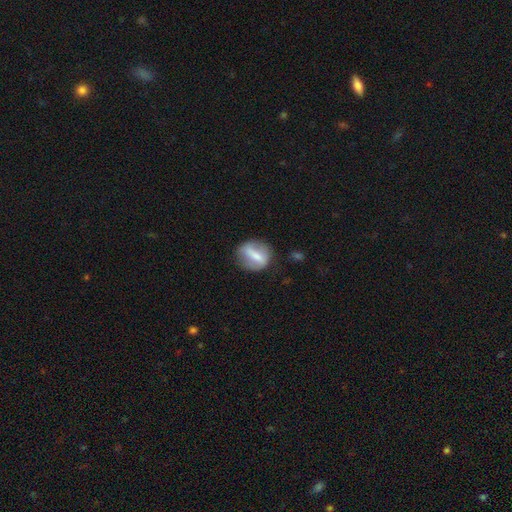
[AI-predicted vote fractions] Smooth or featured: smooth — 48% (featured or disk — 45%)
Merging: none — 71% (minor disturbance — 18%)